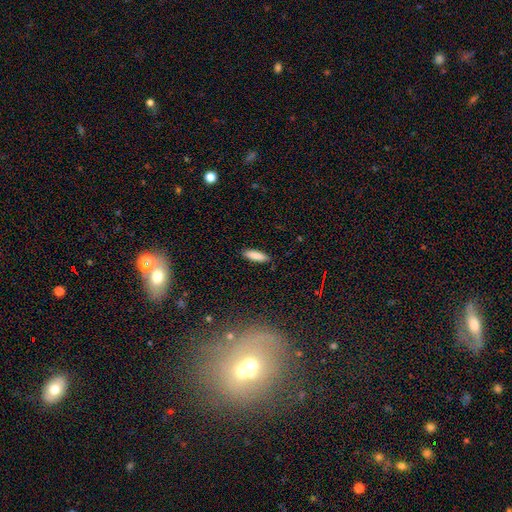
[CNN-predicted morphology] smooth 86%, featured or disk 7%, star or artifact 7%. Down the decision tree: how rounded — cigar-shaped (57%); merging — none (88%).